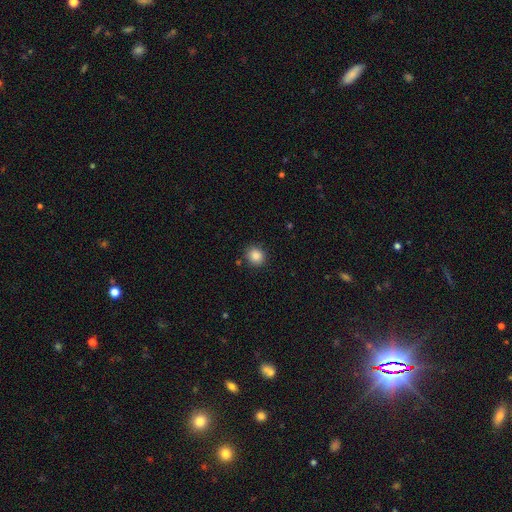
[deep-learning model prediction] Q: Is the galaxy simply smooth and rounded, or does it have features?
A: smooth — 87%.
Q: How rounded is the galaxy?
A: round — 79%.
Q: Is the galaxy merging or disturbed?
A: none — 86%.